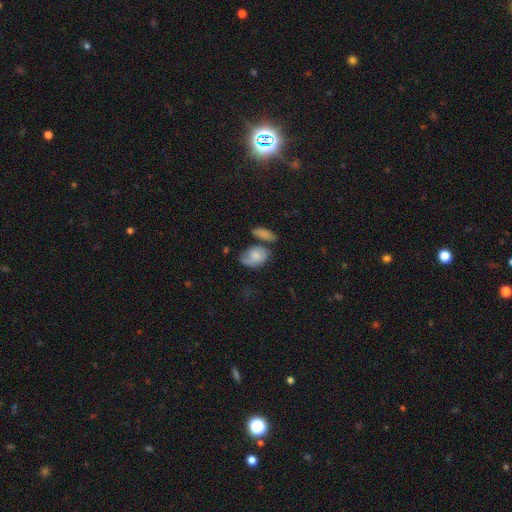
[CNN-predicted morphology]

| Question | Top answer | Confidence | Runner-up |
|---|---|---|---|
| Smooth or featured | smooth | 67% | featured or disk (26%) |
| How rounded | in between | 80% | round (18%) |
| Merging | none | 42% | minor disturbance (27%) |